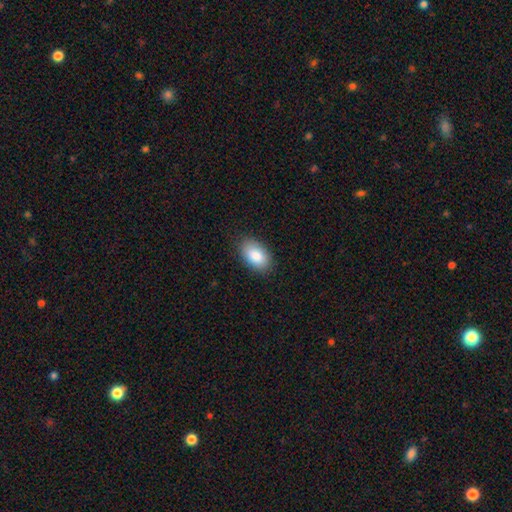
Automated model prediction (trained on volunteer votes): Smooth or featured?
  - smooth: 86% *
  - featured or disk: 7%
  - star or artifact: 7%
How rounded?
  - in between: 93% *
  - round: 6%
  - cigar-shaped: 1%
Merging?
  - none: 86% *
  - minor disturbance: 11%
  - major disturbance: 2%
  - merger: 1%